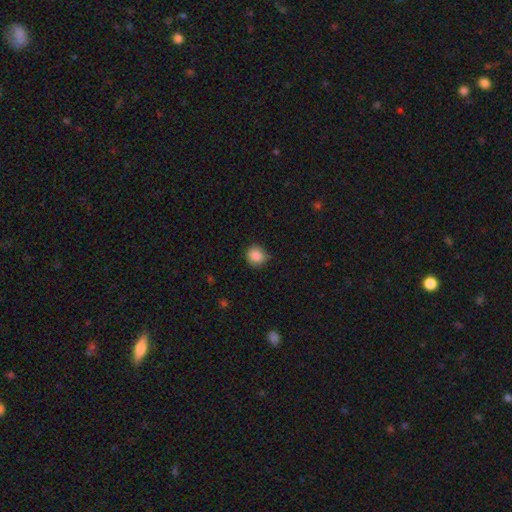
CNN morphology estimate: Smooth or featured? Predicted: smooth (p=0.86). How rounded? Predicted: round (p=0.84). Merging? Predicted: none (p=0.77).